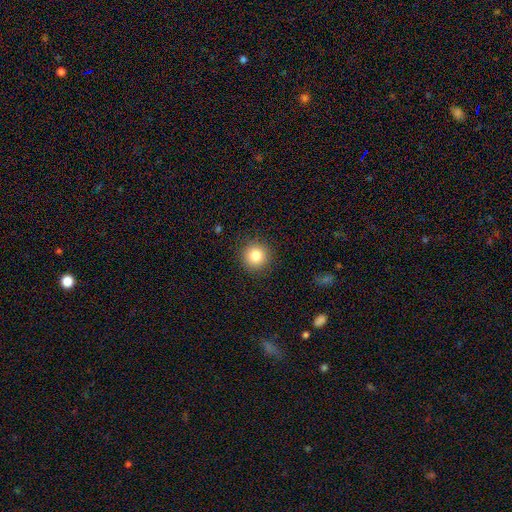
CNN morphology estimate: Smooth or featured? Predicted: smooth (p=0.83). How rounded? Predicted: round (p=0.95). Merging? Predicted: none (p=0.91).